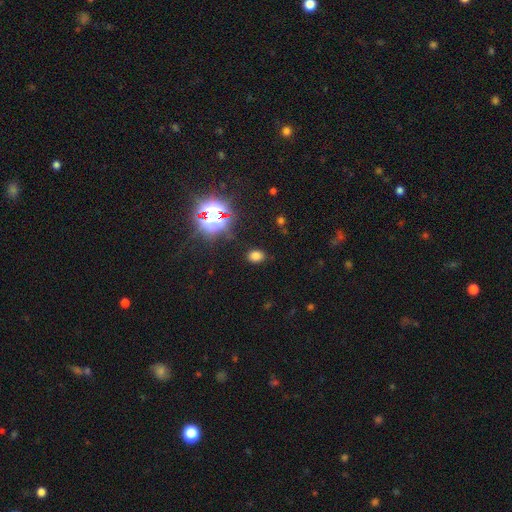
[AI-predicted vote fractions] Q: Smooth or featured?
A: smooth (70%); runner-up: star or artifact (24%)
Q: How rounded?
A: in between (67%); runner-up: round (32%)
Q: Merging?
A: none (84%); runner-up: minor disturbance (10%)